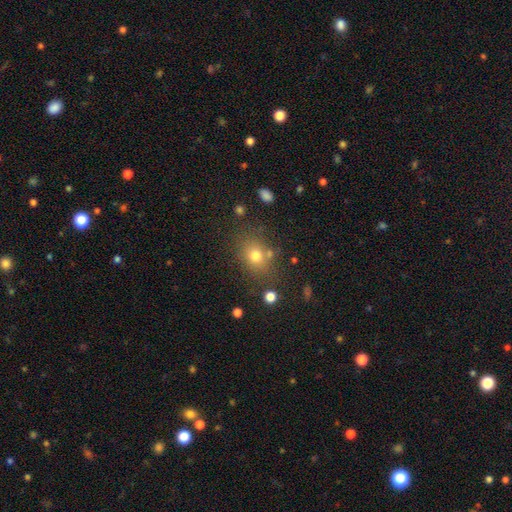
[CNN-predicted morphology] type=smooth (74%); roundness=round (57%); merging=none (73%).